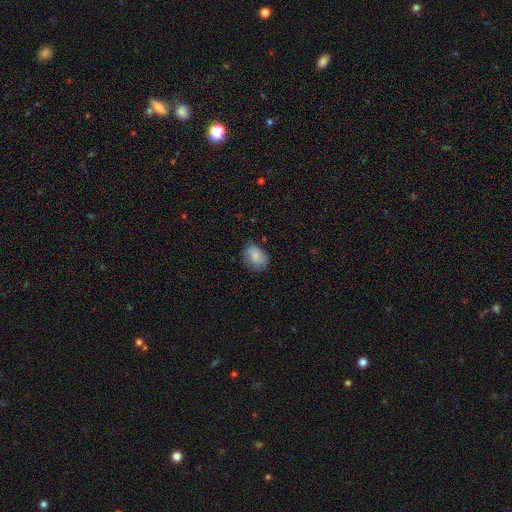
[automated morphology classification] A smooth galaxy with no disk features (84%) that is in between round and cigar-shaped (77%).

Vote fractions:
- Smooth or featured? smooth: 84% / featured or disk: 9% / star or artifact: 7%
- How rounded? in between: 77% / round: 22% / cigar-shaped: 1%
- Merging? none: 70% / minor disturbance: 23% / major disturbance: 5% / merger: 1%